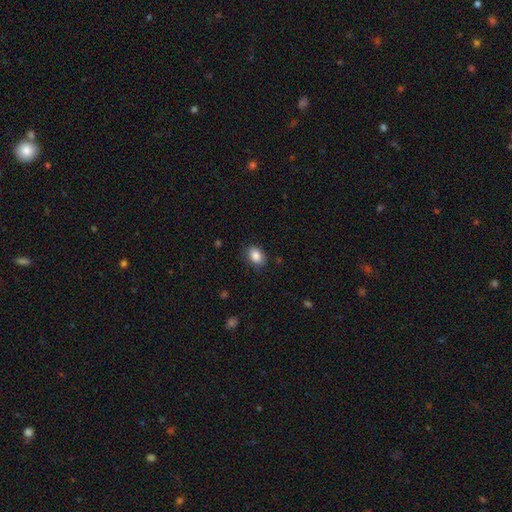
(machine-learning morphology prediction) smooth 86%, star or artifact 8%, featured or disk 6%. Down the decision tree: how rounded — in between (76%); merging — none (84%).